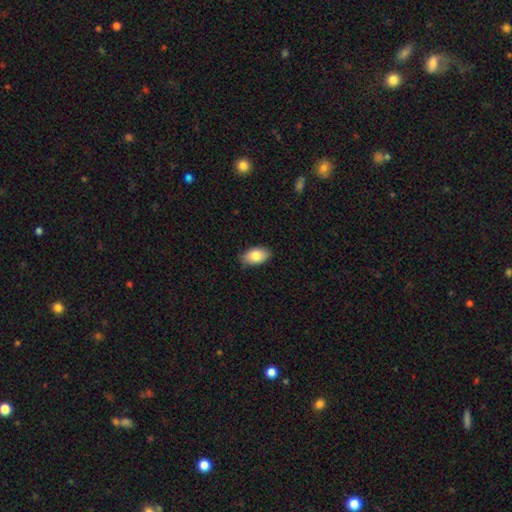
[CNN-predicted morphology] Overall: smooth (83%). How rounded: in between (93%). Merging: none (85%).